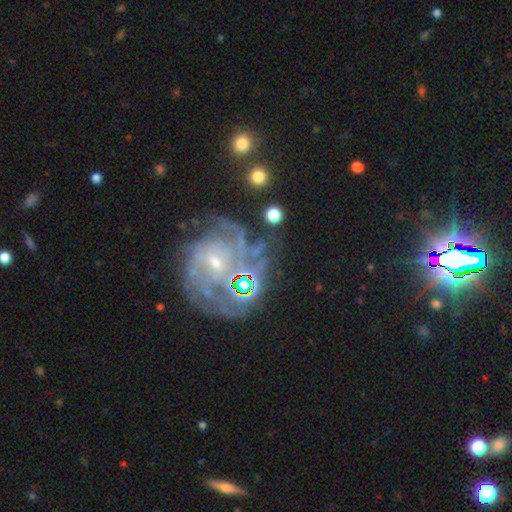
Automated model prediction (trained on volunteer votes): A featured or disk galaxy (79%) with no bar (55%), tight (64%) spiral arms (95%) and a small central bulge (72%).

Vote fractions:
- Smooth or featured? featured or disk: 79% / star or artifact: 13% / smooth: 8%
- Edge-on disk? no: 97% / yes: 3%
- Bar? no: 55% / weak: 34% / strong: 10%
- Spiral arms? yes: 95% / no: 5%
- Spiral winding? tight: 64% / medium: 29% / loose: 7%
- Spiral arm count? can't tell: 31% / 3: 17% / 4: 17% / more than 4: 14% / 2: 13% / 1: 8%
- Bulge size? small: 72% / moderate: 21% / none: 4% / large: 2% / dominant: 1%
- Merging? none: 64% / minor disturbance: 17% / major disturbance: 12% / merger: 7%